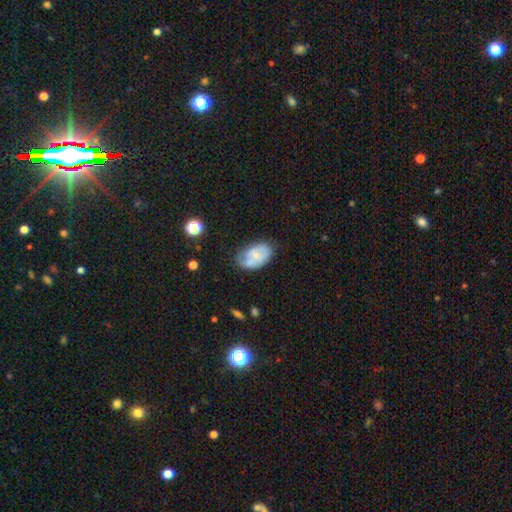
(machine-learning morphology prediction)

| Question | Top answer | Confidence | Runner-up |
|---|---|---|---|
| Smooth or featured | smooth | 55% | featured or disk (36%) |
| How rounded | in between | 89% | round (10%) |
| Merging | none | 48% | minor disturbance (32%) |